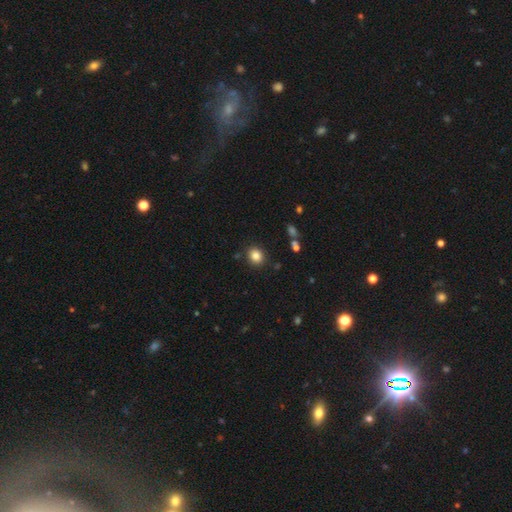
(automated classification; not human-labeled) The model was most divided on "how rounded": round: 76%, in between: 23%, cigar-shaped: 1%. More confident: merging — none (87%); smooth or featured — smooth (84%).